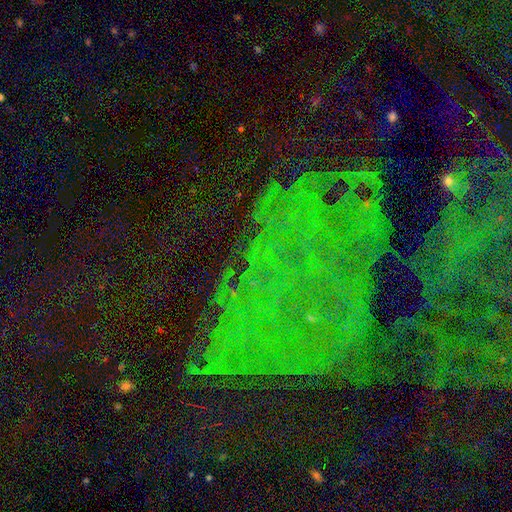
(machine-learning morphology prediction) A star or artifact, not a galaxy (77%).

Vote fractions:
- Smooth or featured? star or artifact: 77% / featured or disk: 13% / smooth: 10%